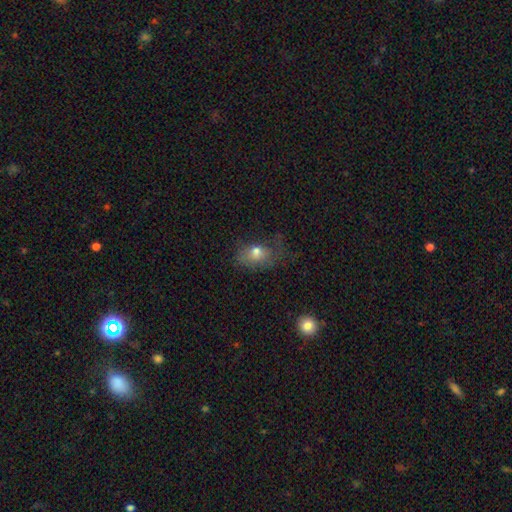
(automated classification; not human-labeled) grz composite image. It shows a smooth galaxy with no disk features (64%) that is in between round and cigar-shaped (73%). Merging: none (52%).